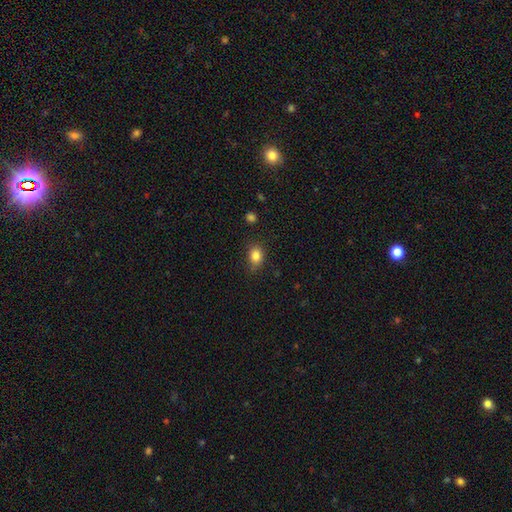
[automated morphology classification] This is clearly a smooth galaxy (84%). How rounded: possibly in between (59%). Merging: likely none (74%).